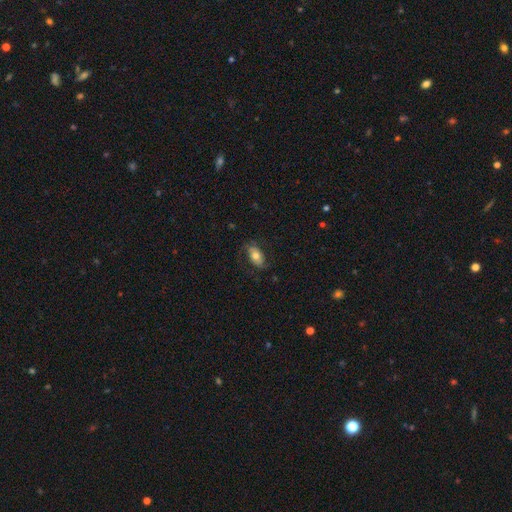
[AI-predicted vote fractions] smooth_or_featured: smooth (p=0.54) [alt: featured or disk p=0.38]
how_rounded: in between (p=0.88) [alt: round p=0.08]
merging: none (p=0.70) [alt: minor disturbance p=0.18]